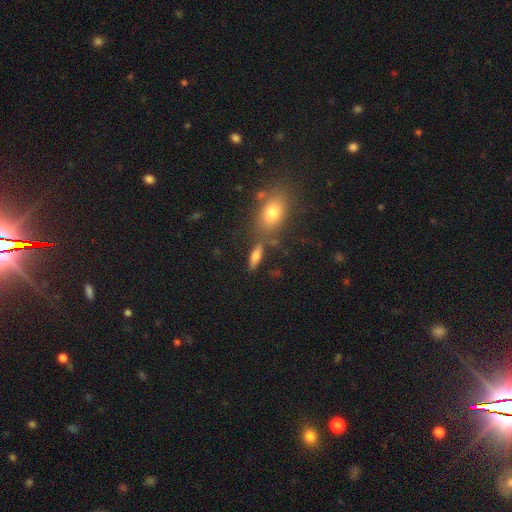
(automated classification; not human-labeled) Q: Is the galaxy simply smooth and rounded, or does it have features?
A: smooth — 72%.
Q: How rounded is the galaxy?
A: in between — 62%.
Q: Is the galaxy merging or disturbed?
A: none — 67%.